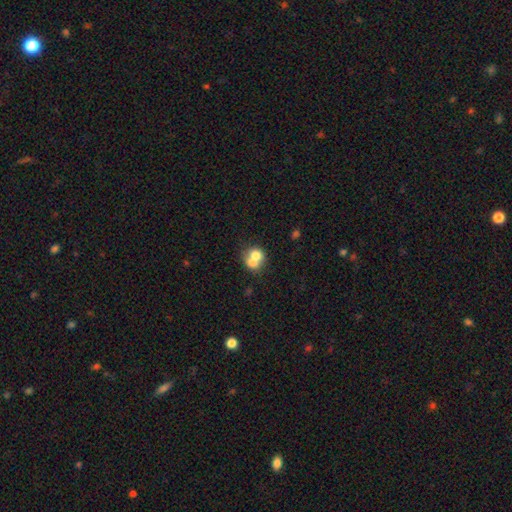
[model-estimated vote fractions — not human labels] Smooth or featured? smooth (69%)
How rounded? round (66%)
Merging? merger (69%)